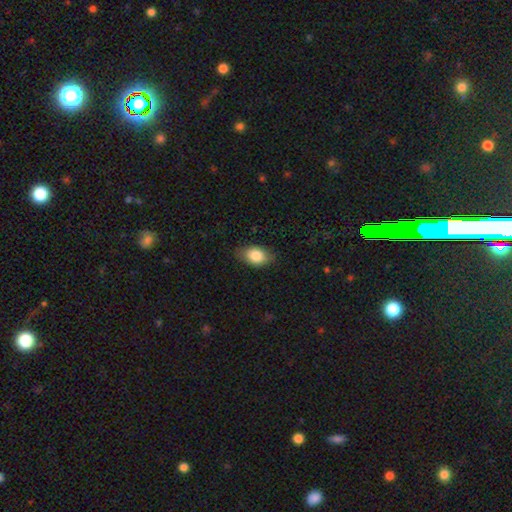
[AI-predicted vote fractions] Smooth or featured? Predicted: smooth (p=0.83). How rounded? Predicted: in between (p=0.84). Merging? Predicted: none (p=0.78).